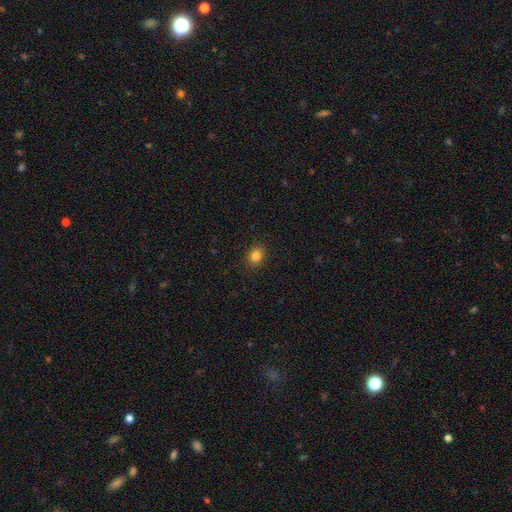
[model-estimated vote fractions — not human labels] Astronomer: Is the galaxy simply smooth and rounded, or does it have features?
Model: smooth — 83%.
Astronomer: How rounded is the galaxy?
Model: in between — 51% (runner-up: round, 48%).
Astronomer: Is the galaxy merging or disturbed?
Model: none — 89%.